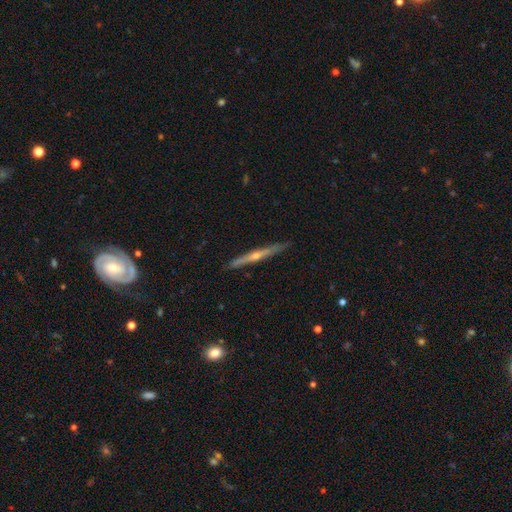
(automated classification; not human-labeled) Smooth or featured: featured or disk — 75% (smooth — 20%)
Edge-on disk: yes — 98% (no — 2%)
Edge-on bulge: rounded — 78% (none — 19%)
Merging: none — 89% (minor disturbance — 8%)